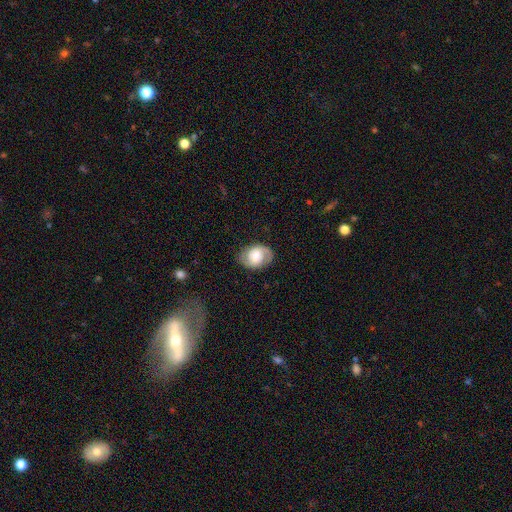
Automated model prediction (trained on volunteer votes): A featured or disk galaxy (66%) with no bar (58%), 2 (85%) medium (45%) spiral arms (89%) and a moderate central bulge (58%).

Vote fractions:
- Smooth or featured? featured or disk: 66% / smooth: 27% / star or artifact: 7%
- Edge-on disk? no: 97% / yes: 3%
- Bar? no: 58% / weak: 33% / strong: 9%
- Spiral arms? yes: 89% / no: 11%
- Spiral winding? medium: 45% / tight: 38% / loose: 17%
- Spiral arm count? 2: 85% / can't tell: 7% / 1: 4% / 3: 1% / 4: 1% / more than 4: 1%
- Bulge size? moderate: 58% / small: 28% / large: 10% / none: 2% / dominant: 2%
- Merging? none: 80% / minor disturbance: 14% / major disturbance: 5% / merger: 1%